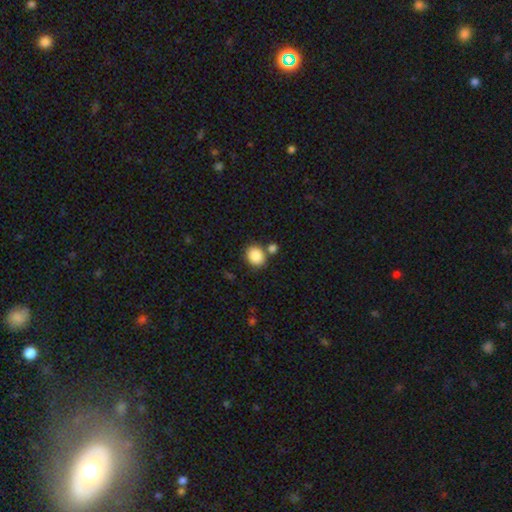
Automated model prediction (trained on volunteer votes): smooth-or-featured: smooth: 88% | star or artifact: 8% | featured or disk: 4%
  how-rounded: round: 68% | in between: 31% | cigar-shaped: 1%
  merging: none: 69% | merger: 17% | minor disturbance: 10% | major disturbance: 3%